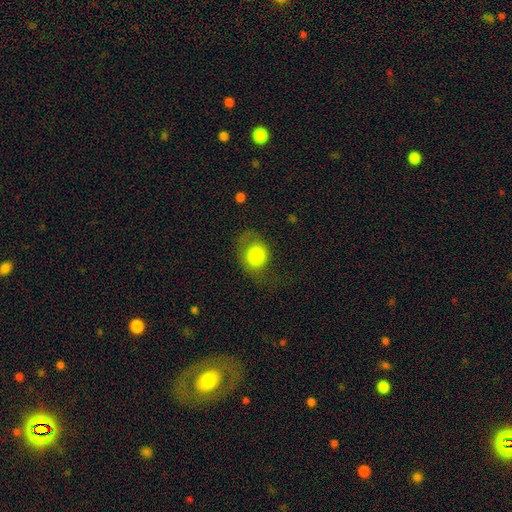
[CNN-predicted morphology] smooth 80%, featured or disk 12%, star or artifact 8%. Down the decision tree: how rounded — round (56%); merging — none (49%).